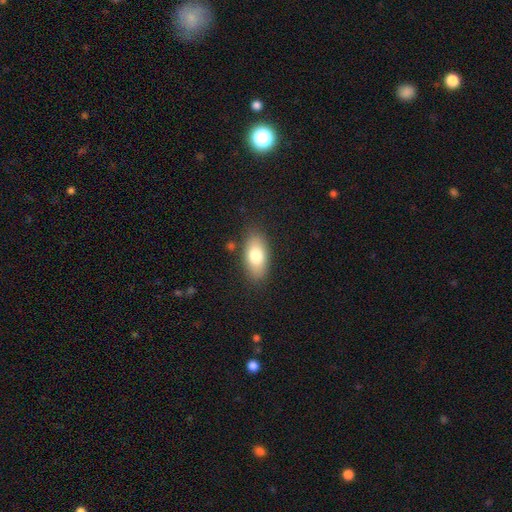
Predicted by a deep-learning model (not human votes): Q: Smooth or featured?
A: smooth (76%); runner-up: featured or disk (17%)
Q: How rounded?
A: in between (88%); runner-up: cigar-shaped (8%)
Q: Merging?
A: none (84%); runner-up: minor disturbance (11%)